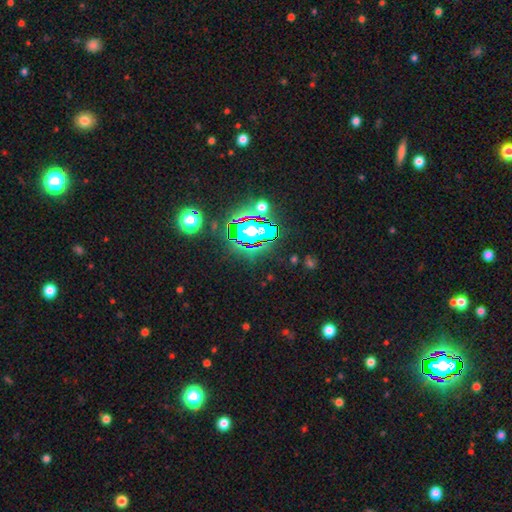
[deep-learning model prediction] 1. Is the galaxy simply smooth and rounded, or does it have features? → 83% star or artifact, 10% smooth, 7% featured or disk.